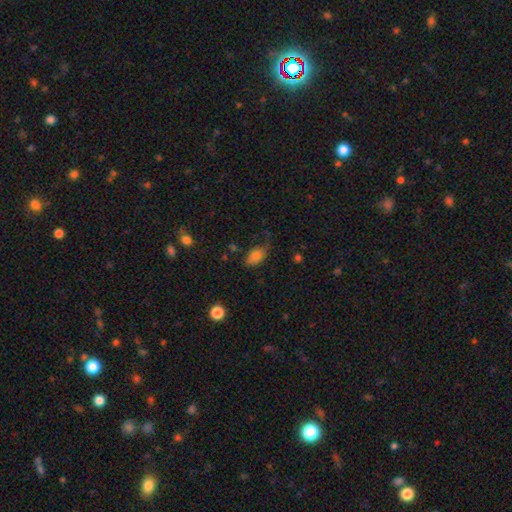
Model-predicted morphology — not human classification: This appears to be a smooth galaxy with no disk features (75%) that is in between round and cigar-shaped (88%). Merging: none (50%).